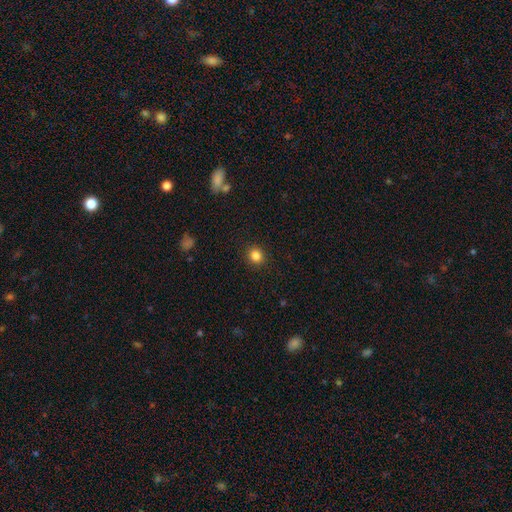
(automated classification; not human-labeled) This is clearly a smooth galaxy (85%). How rounded: clearly round (84%). Merging: clearly none (91%).